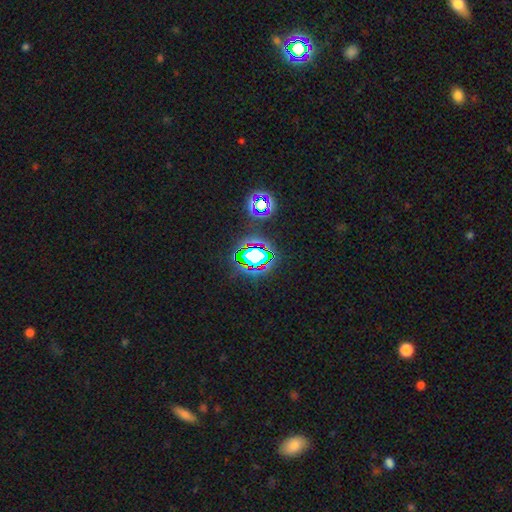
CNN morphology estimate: A star or artifact, not a galaxy (66%).